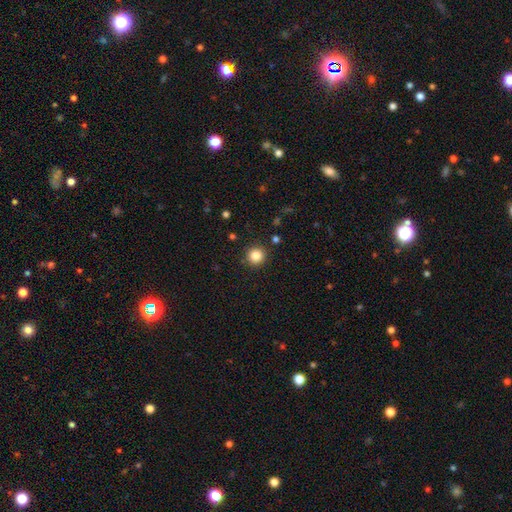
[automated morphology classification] type=smooth (85%); roundness=round (95%); merging=none (91%).